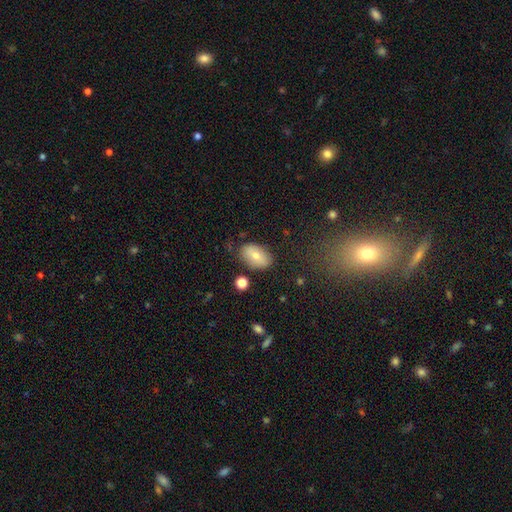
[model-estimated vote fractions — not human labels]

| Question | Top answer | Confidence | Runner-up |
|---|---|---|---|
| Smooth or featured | smooth | 71% | featured or disk (21%) |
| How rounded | in between | 89% | round (9%) |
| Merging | none | 78% | minor disturbance (15%) |